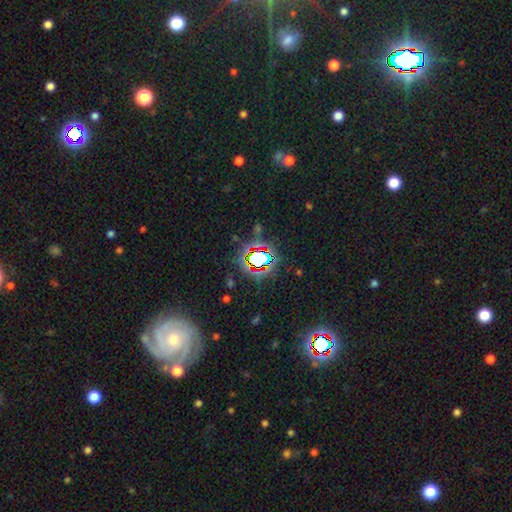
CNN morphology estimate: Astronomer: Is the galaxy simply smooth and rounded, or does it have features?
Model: star or artifact — 69%.